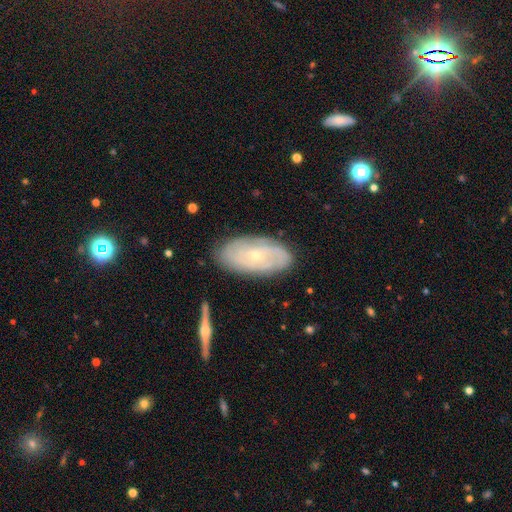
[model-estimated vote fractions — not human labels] Smooth or featured: featured or disk — 70% (smooth — 23%)
Edge-on disk: no — 90% (yes — 10%)
Bar: no — 79% (weak — 17%)
Spiral arms: yes — 80% (no — 20%)
Spiral winding: tight — 69% (medium — 23%)
Spiral arm count: can't tell — 51% (2 — 24%)
Bulge size: small — 81% (moderate — 16%)
Merging: none — 81% (minor disturbance — 14%)